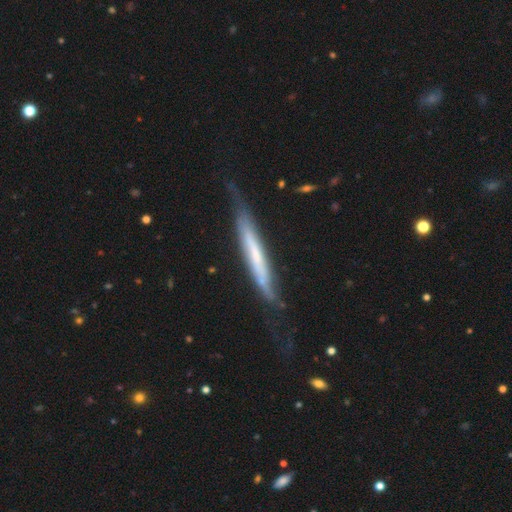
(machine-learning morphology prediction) smooth_or_featured: featured or disk (p=0.61) [alt: smooth p=0.33]
disk_edge_on: yes (p=0.82) [alt: no p=0.18]
edge_on_bulge: none (p=0.72) [alt: rounded p=0.15]
merging: none (p=0.61) [alt: minor disturbance p=0.26]